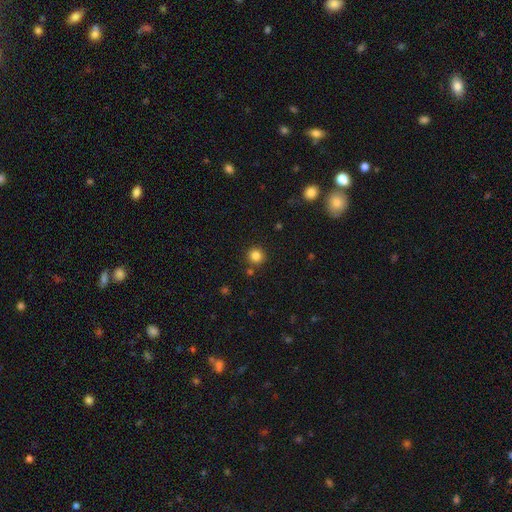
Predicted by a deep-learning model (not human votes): smooth 83%, star or artifact 13%, featured or disk 5%. Down the decision tree: how rounded — round (94%); merging — none (86%).